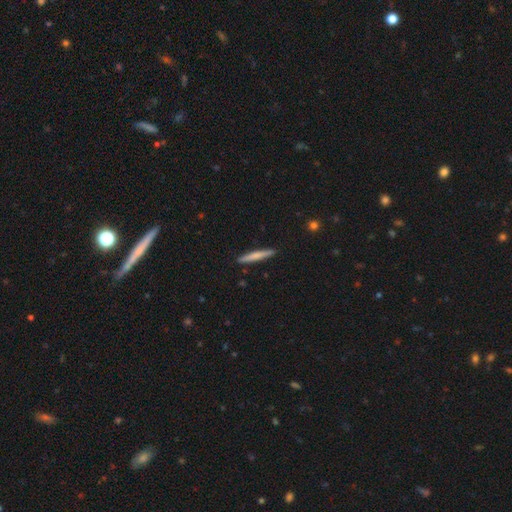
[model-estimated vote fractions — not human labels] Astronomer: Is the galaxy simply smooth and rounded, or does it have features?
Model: smooth — 68%.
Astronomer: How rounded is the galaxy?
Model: cigar-shaped — 96%.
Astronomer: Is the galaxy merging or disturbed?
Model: none — 91%.